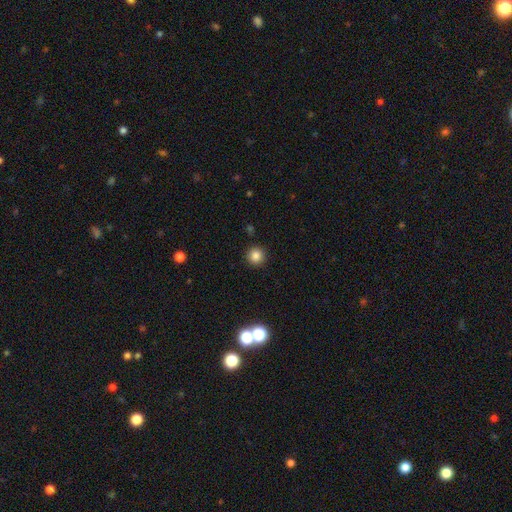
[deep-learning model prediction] Q: Smooth or featured?
A: smooth (84%); runner-up: star or artifact (12%)
Q: How rounded?
A: round (95%); runner-up: in between (4%)
Q: Merging?
A: none (92%); runner-up: minor disturbance (5%)